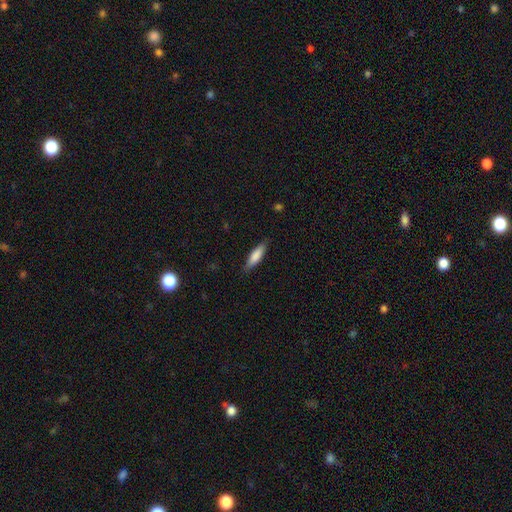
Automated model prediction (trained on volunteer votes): Smooth or featured? Predicted: smooth (p=0.80). How rounded? Predicted: cigar-shaped (p=0.60). Merging? Predicted: none (p=0.84).